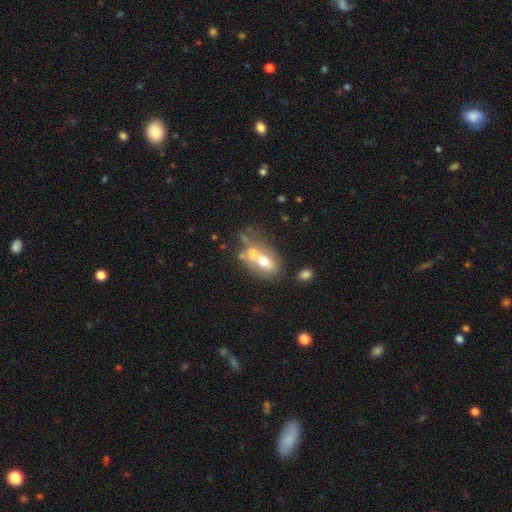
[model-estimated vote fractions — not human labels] Morphology: type=smooth (55%); roundness=in between (75%); merging=merger (50%).